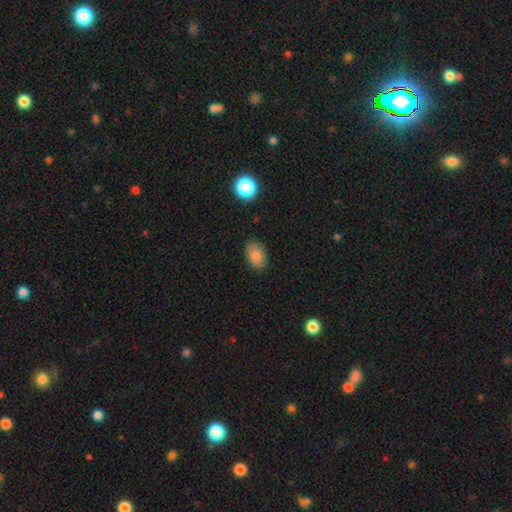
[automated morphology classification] A smooth galaxy with no disk features (84%) that is in between round and cigar-shaped (84%). Merging: none (84%).